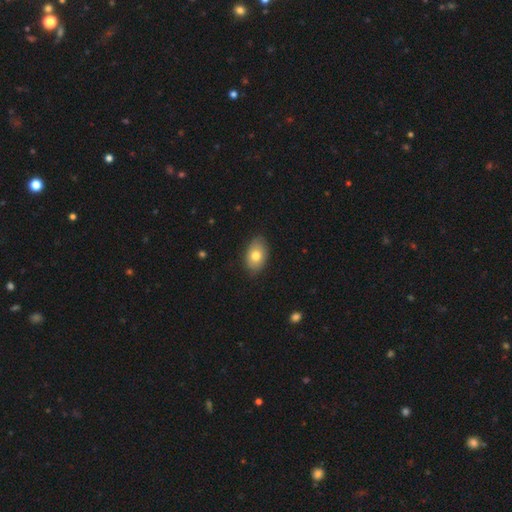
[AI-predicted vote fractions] A smooth galaxy with no disk features (75%) that is in between round and cigar-shaped (87%).

Vote fractions:
- Smooth or featured? smooth: 75% / featured or disk: 18% / star or artifact: 7%
- How rounded? in between: 87% / round: 12% / cigar-shaped: 1%
- Merging? none: 82% / minor disturbance: 14% / major disturbance: 2% / merger: 1%